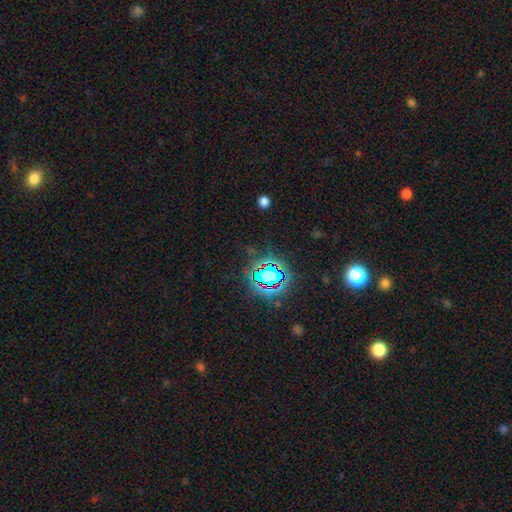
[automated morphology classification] Smooth or featured? Predicted: star or artifact (p=0.79).